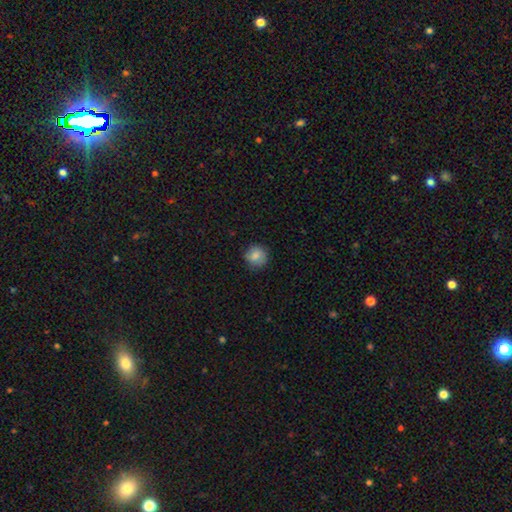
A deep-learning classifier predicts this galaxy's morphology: Q: Smooth or featured?
A: smooth (83%); runner-up: star or artifact (9%)
Q: How rounded?
A: round (89%); runner-up: in between (10%)
Q: Merging?
A: none (81%); runner-up: minor disturbance (14%)